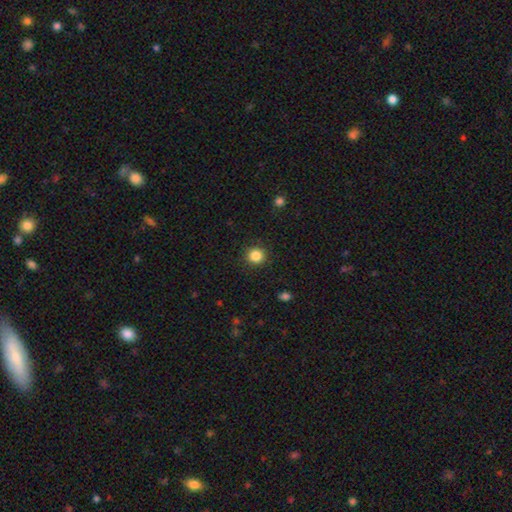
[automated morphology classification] A smooth galaxy with no disk features (85%) that is round (91%).

Vote fractions:
- Smooth or featured? smooth: 85% / star or artifact: 11% / featured or disk: 4%
- How rounded? round: 91% / in between: 8% / cigar-shaped: 1%
- Merging? none: 91% / minor disturbance: 6% / major disturbance: 2% / merger: 1%